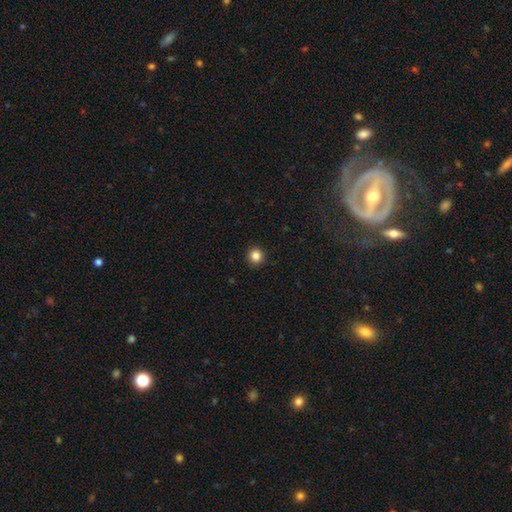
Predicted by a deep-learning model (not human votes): Overall: smooth (85%). How rounded: round (95%). Merging: none (93%).